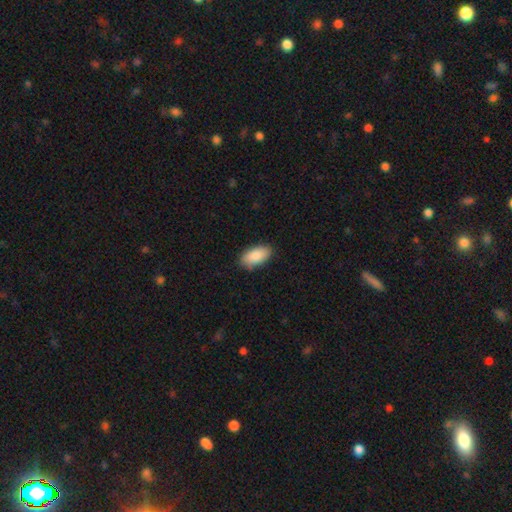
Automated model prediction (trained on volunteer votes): This is clearly a smooth galaxy (89%). How rounded: clearly in between (94%). Merging: clearly none (85%).